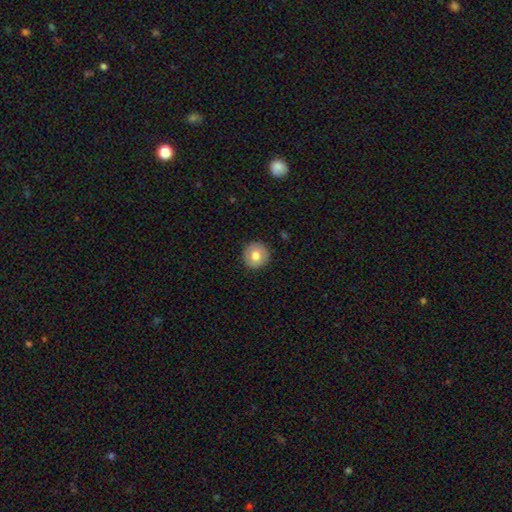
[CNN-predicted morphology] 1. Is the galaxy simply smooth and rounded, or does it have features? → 73% smooth, 19% featured or disk, 8% star or artifact.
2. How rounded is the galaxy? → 94% round, 5% in between, 1% cigar-shaped.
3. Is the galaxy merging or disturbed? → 90% none, 7% minor disturbance, 2% major disturbance, 1% merger.